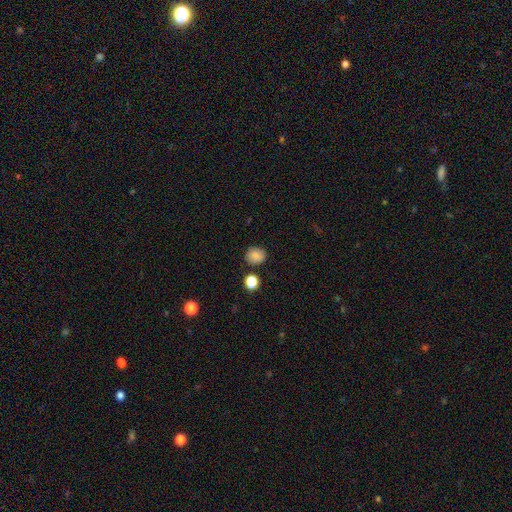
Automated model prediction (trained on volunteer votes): smooth 85%, star or artifact 10%, featured or disk 5%. Down the decision tree: how rounded — round (73%); merging — none (83%).